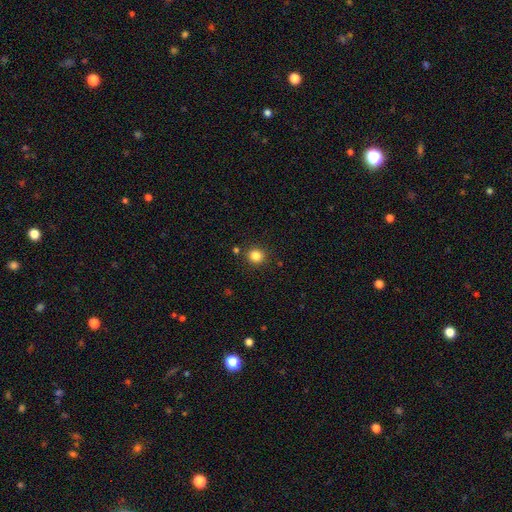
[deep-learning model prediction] Smooth or featured?
  - smooth: 84% *
  - star or artifact: 12%
  - featured or disk: 4%
How rounded?
  - round: 86% *
  - in between: 13%
  - cigar-shaped: 1%
Merging?
  - none: 88% *
  - minor disturbance: 7%
  - merger: 3%
  - major disturbance: 2%